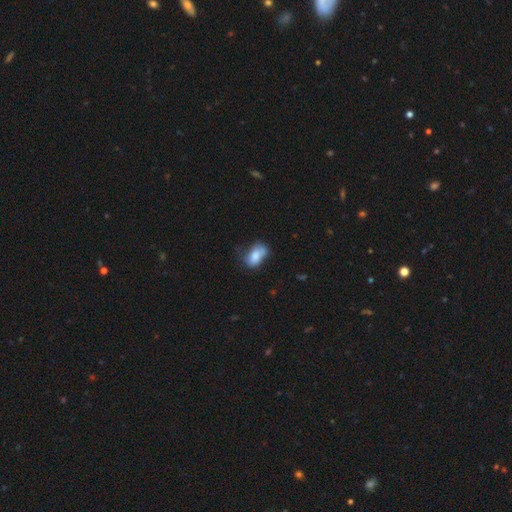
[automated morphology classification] This appears to be a smooth galaxy with no disk features (75%) that is in between round and cigar-shaped (87%). Merging: none (37%).